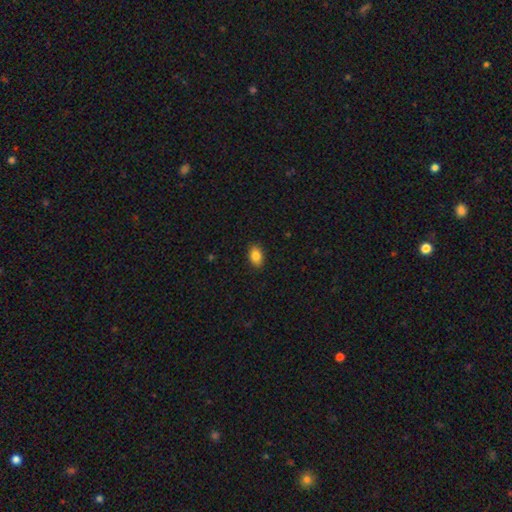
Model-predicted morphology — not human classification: smooth-or-featured: smooth: 85% | star or artifact: 8% | featured or disk: 7%
  how-rounded: in between: 86% | round: 13% | cigar-shaped: 2%
  merging: none: 89% | minor disturbance: 9% | major disturbance: 2% | merger: 1%